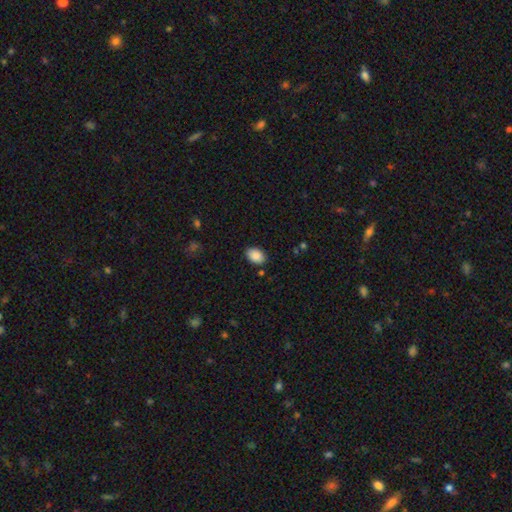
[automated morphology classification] Overall: smooth (89%). How rounded: in between (81%). Merging: none (85%).